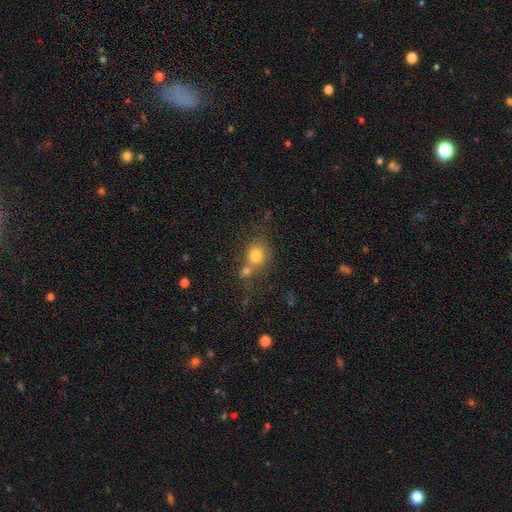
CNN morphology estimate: type=smooth (77%); roundness=round (72%); merging=none (44%).